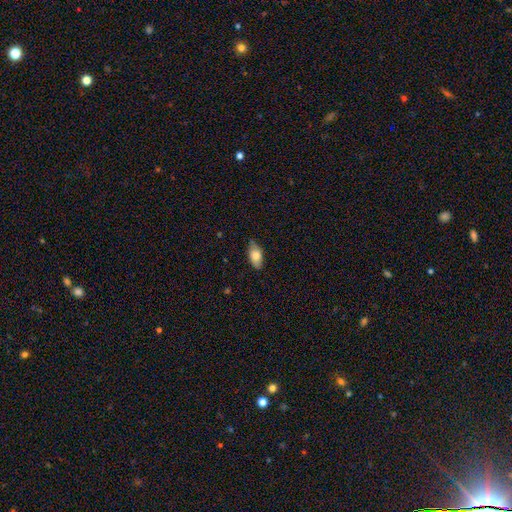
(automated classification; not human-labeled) A smooth galaxy with no disk features (79%) that is in between round and cigar-shaped (91%). Merging: none (79%).